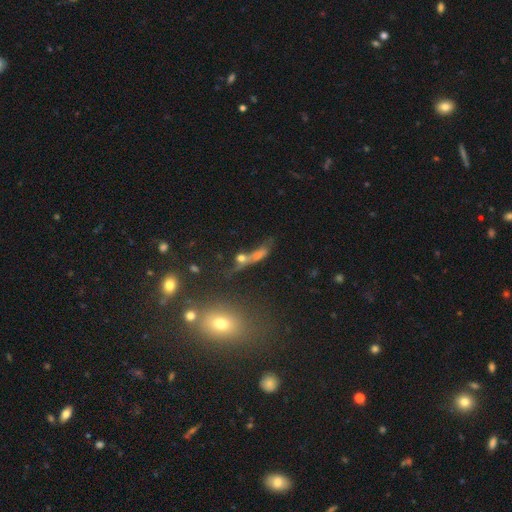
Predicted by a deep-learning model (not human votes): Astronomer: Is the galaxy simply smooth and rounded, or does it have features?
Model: smooth — 44% (runner-up: featured or disk, 32%).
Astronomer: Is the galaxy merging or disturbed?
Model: none — 35%, tied with merger at 35%.